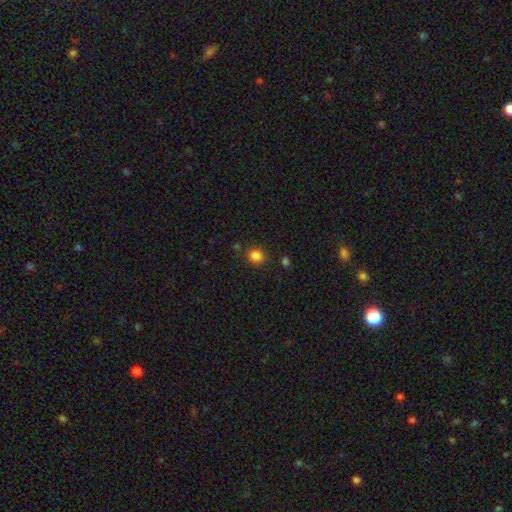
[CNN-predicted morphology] This appears to be a smooth galaxy with no disk features (83%) that is round (86%). Merging: none (85%).